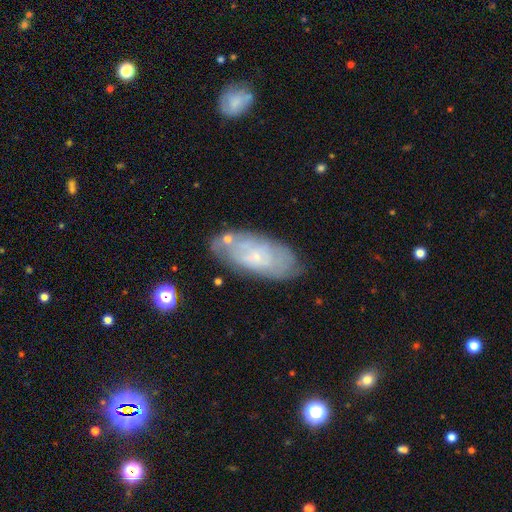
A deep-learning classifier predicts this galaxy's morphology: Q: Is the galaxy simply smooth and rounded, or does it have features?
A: featured or disk — 56%.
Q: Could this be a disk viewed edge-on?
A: no — 89%.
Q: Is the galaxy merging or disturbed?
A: none — 72%.